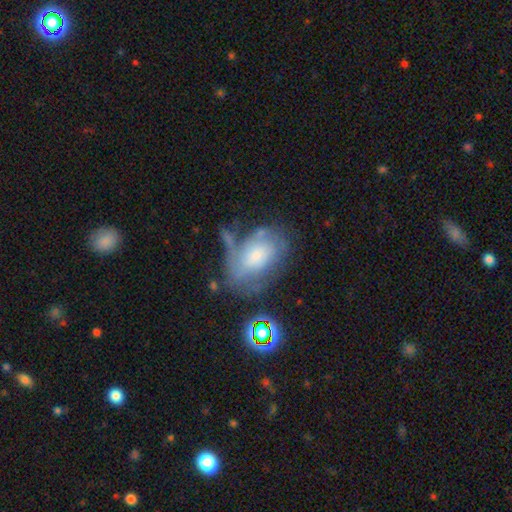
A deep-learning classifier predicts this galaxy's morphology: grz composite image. It shows a smooth galaxy with no disk features (46%). Merging: none (39%).